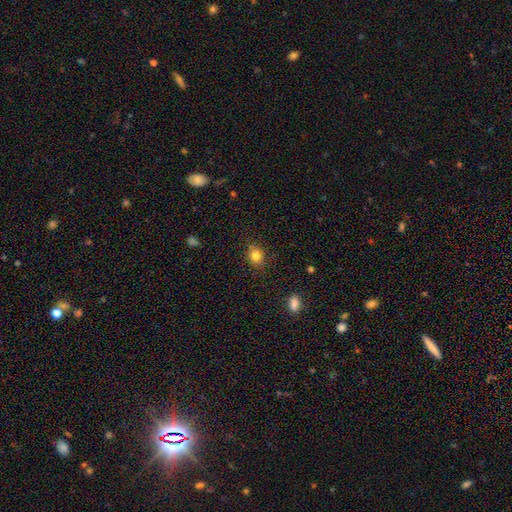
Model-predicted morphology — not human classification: smooth_or_featured: smooth (p=0.82) [alt: star or artifact p=0.11]
how_rounded: round (p=0.59) [alt: in between p=0.40]
merging: none (p=0.83) [alt: minor disturbance p=0.13]